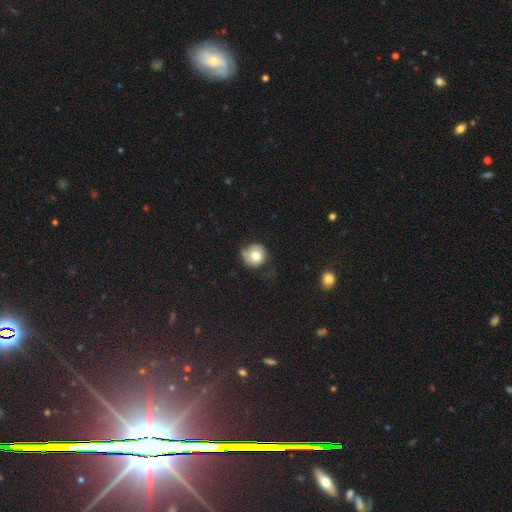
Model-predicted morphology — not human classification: This appears to be a smooth galaxy with no disk features (72%) that is round (89%). Merging: none (57%).